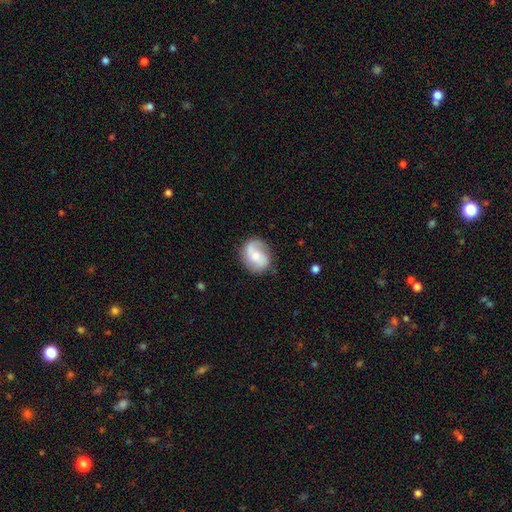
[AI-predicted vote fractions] Smooth or featured? Predicted: featured or disk (p=0.62). Edge-on disk? Predicted: no (p=0.97). Bar? Predicted: no (p=0.59). Spiral arms? Predicted: yes (p=0.87). Spiral winding? Predicted: medium (p=0.41). Spiral arm count? Predicted: 2 (p=0.72). Bulge size? Predicted: moderate (p=0.54). Merging? Predicted: none (p=0.73).